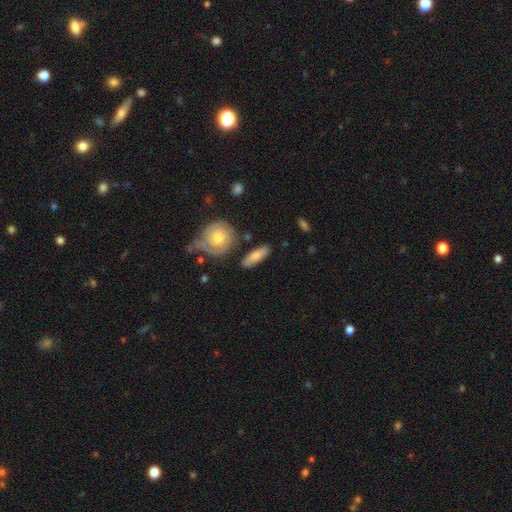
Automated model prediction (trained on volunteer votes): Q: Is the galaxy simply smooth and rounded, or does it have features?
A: smooth — 70%.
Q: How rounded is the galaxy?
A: in between — 54%.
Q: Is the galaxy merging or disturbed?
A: none — 77%.